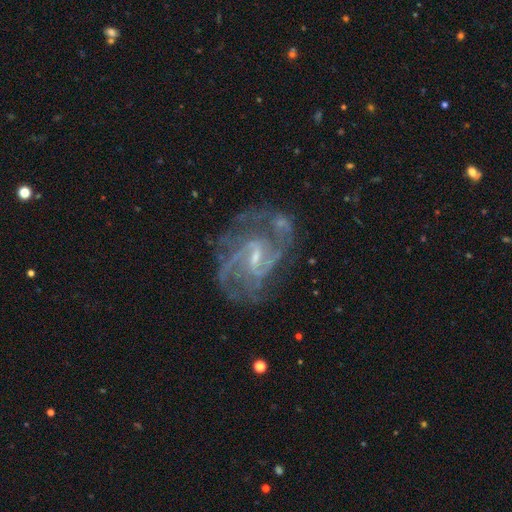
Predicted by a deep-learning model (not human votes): This is clearly a featured or disk galaxy (85%). It is clearly not viewed edge-on (97%). Bar: possibly weak (57%). Spiral arm pattern: clearly yes (92%). Spiral arm count: marginally 2 (31%). Spiral winding: possibly medium (48%). Central bulge: likely small (65%). Merging: likely none (63%).